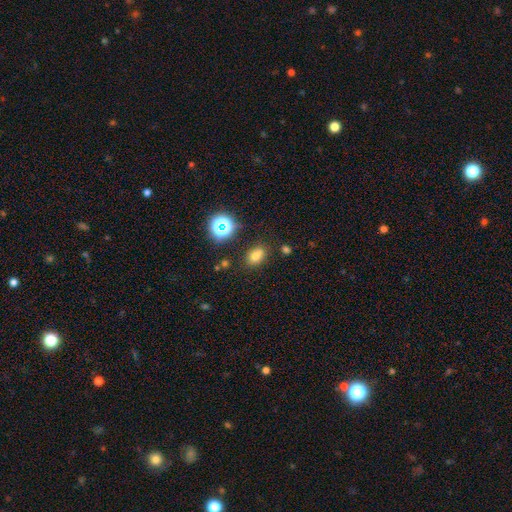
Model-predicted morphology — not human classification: type=smooth (71%); roundness=in between (73%); merging=none (77%).